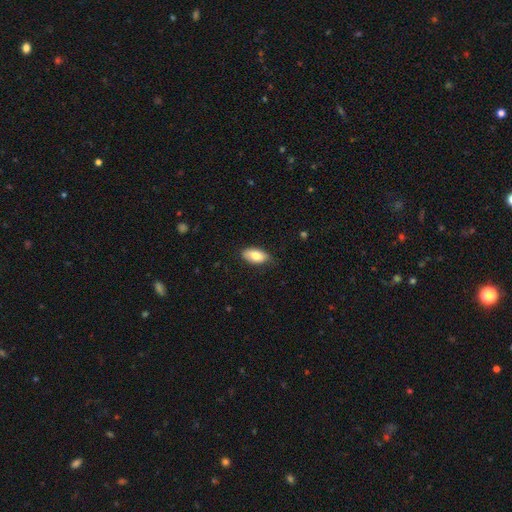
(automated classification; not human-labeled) smooth-or-featured: smooth: 79% | featured or disk: 15% | star or artifact: 6%
  how-rounded: in between: 92% | cigar-shaped: 4% | round: 3%
  merging: none: 78% | minor disturbance: 19% | major disturbance: 3% | merger: 1%